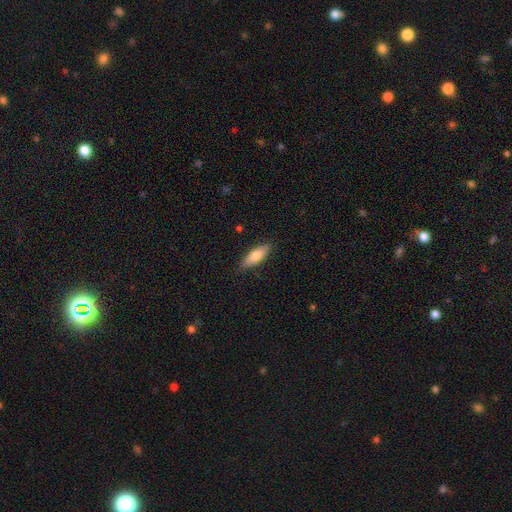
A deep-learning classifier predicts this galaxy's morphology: A smooth galaxy with no disk features (72%) that is in between round and cigar-shaped (58%). Merging: none (85%).